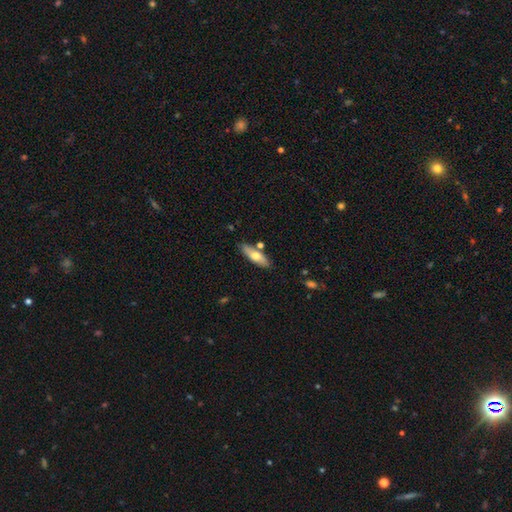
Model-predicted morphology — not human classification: Smooth or featured?
  - smooth: 60% *
  - featured or disk: 34%
  - star or artifact: 6%
How rounded?
  - in between: 51% *
  - cigar-shaped: 47%
  - round: 2%
Merging?
  - none: 79% *
  - minor disturbance: 12%
  - merger: 7%
  - major disturbance: 2%